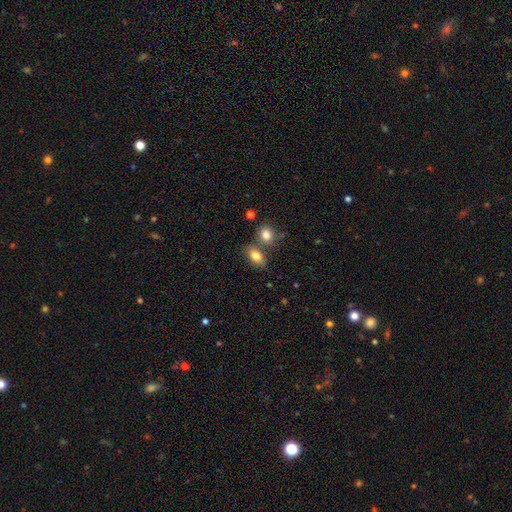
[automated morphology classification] Smooth or featured? Predicted: smooth (p=0.80). How rounded? Predicted: in between (p=0.83). Merging? Predicted: none (p=0.55).